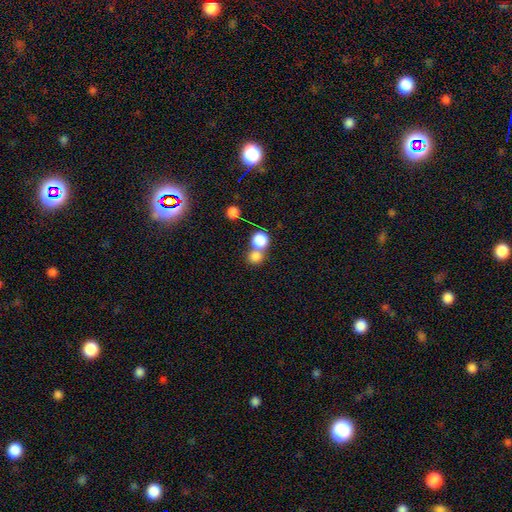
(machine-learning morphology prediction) smooth-or-featured: smooth: 80% | star or artifact: 12% | featured or disk: 8%
  how-rounded: round: 81% | in between: 17% | cigar-shaped: 1%
  merging: merger: 51% | none: 40% | minor disturbance: 6% | major disturbance: 3%